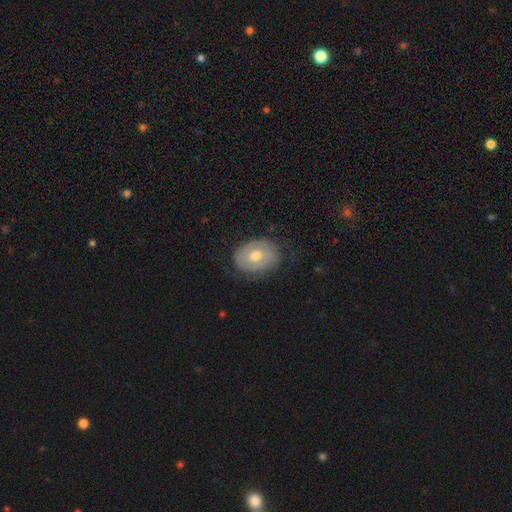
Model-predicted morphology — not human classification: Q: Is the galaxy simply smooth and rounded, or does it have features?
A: featured or disk — 52%.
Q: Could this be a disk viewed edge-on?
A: no — 94%.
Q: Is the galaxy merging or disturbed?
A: none — 73%.